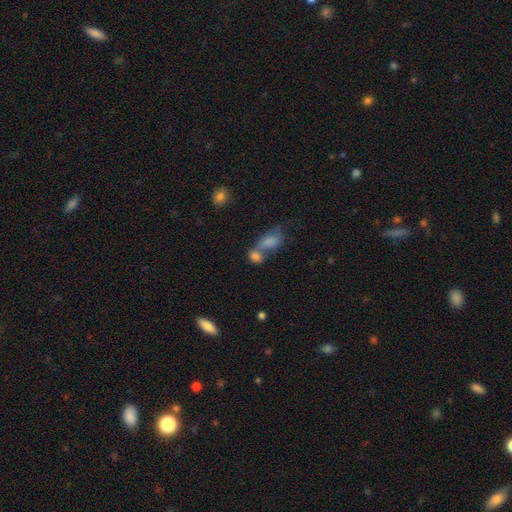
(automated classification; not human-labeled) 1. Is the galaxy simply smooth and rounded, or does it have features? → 59% smooth, 20% featured or disk, 20% star or artifact.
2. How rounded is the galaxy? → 71% in between, 18% round, 11% cigar-shaped.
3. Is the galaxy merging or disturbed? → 48% merger, 35% none, 11% minor disturbance, 7% major disturbance.